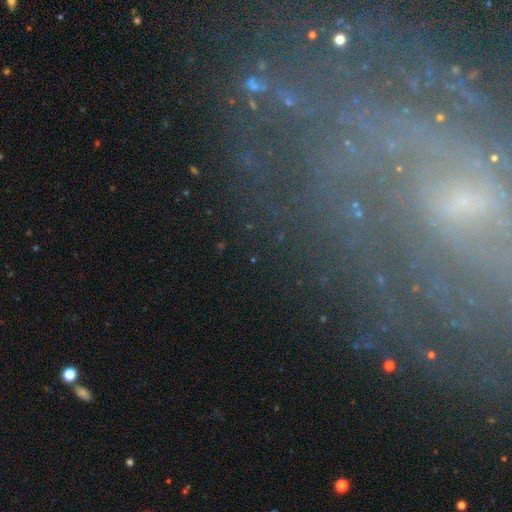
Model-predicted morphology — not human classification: A featured or disk galaxy (71%) with no bar (39%), tight (59%) spiral arms (81%) and a small central bulge (62%). Merging: none (73%).